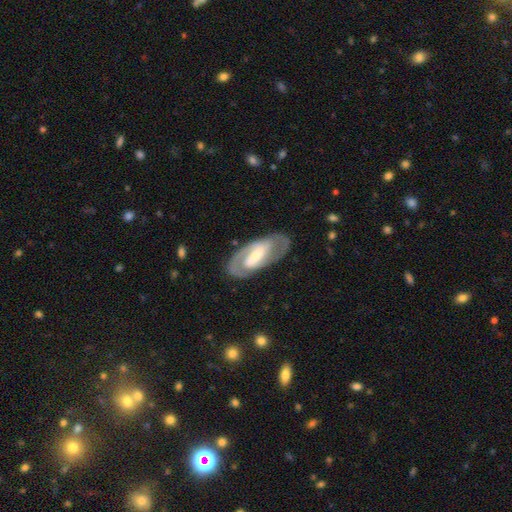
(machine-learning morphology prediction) This appears to be a featured or disk galaxy (81%) with a strong bar (53%), 2 (84%) medium (44%) spiral arms (89%) and a moderate central bulge (40%). Merging: none (80%).